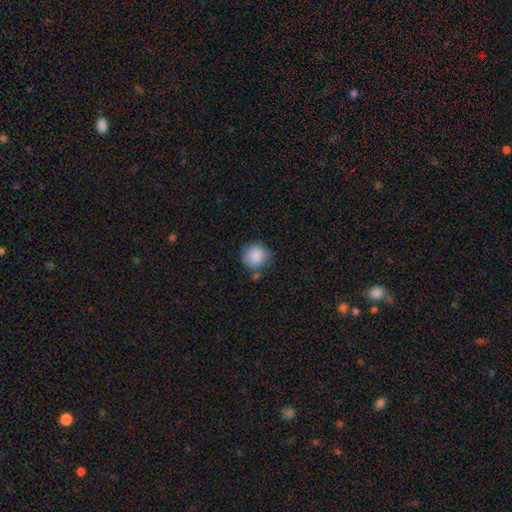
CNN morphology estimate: Overall: smooth (88%). How rounded: round (88%). Merging: none (67%).